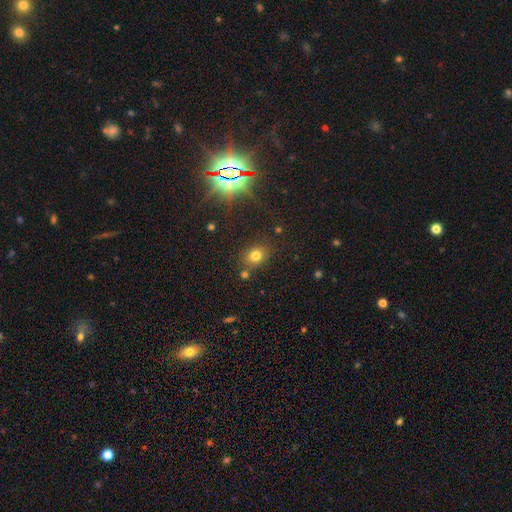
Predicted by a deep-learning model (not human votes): A smooth galaxy with no disk features (71%) that is round (63%).

Vote fractions:
- Smooth or featured? smooth: 71% / star or artifact: 20% / featured or disk: 8%
- How rounded? round: 63% / in between: 36% / cigar-shaped: 1%
- Merging? none: 76% / minor disturbance: 11% / merger: 8% / major disturbance: 4%